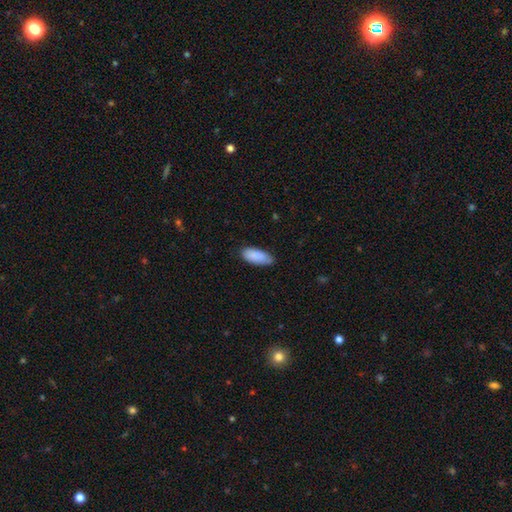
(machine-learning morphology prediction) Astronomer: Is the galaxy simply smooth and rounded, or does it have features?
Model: smooth — 89%.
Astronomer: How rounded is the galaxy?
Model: in between — 88%.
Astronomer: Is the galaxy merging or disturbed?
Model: none — 76%.